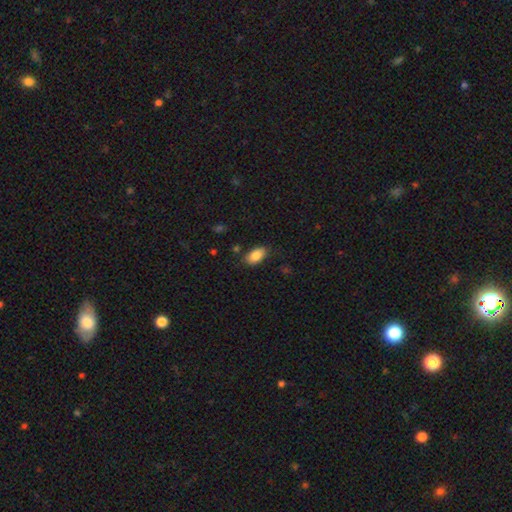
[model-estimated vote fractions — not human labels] This appears to be a smooth galaxy with no disk features (85%) that is in between round and cigar-shaped (93%). Merging: none (83%).